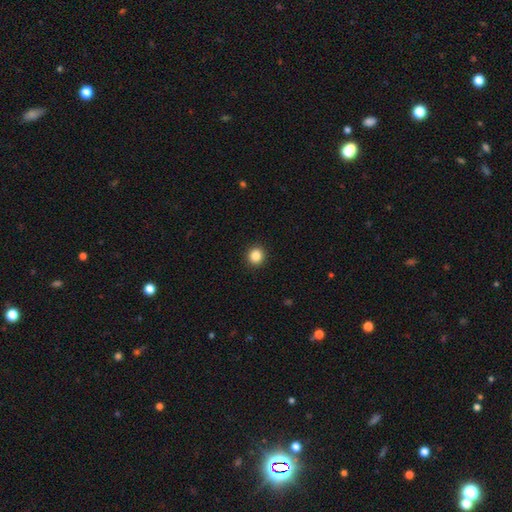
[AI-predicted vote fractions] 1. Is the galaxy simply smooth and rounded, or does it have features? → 86% smooth, 10% star or artifact, 4% featured or disk.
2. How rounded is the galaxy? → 92% round, 7% in between, 1% cigar-shaped.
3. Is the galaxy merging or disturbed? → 93% none, 5% minor disturbance, 2% major disturbance, 1% merger.